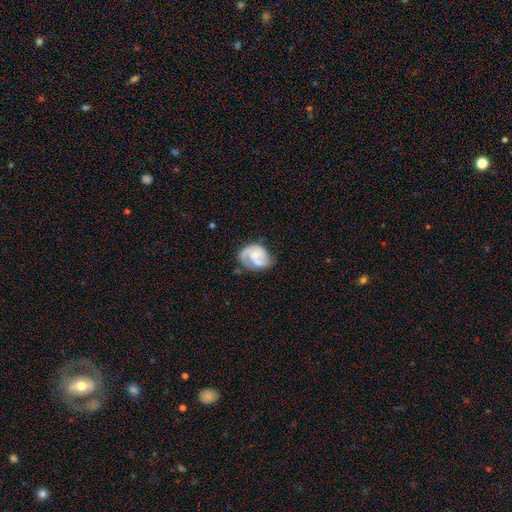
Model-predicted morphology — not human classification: type=featured or disk (72%); edge-on=no (98%); bar=no (62%); spiral arms=yes (88%); winding=medium (43%); arm count=2 (55%); bulge=small (44%); merging=none (48%).